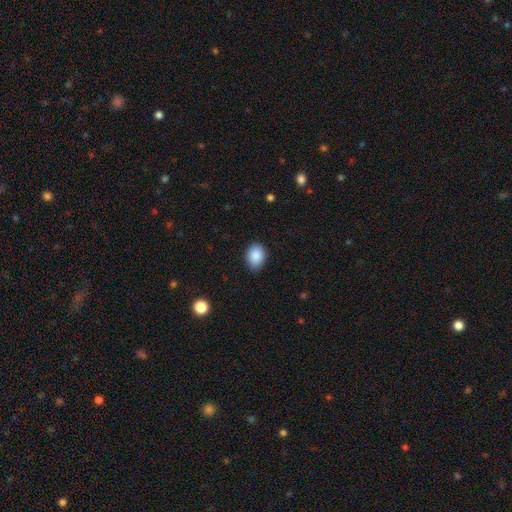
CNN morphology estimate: Q: Smooth or featured?
A: smooth (88%); runner-up: star or artifact (8%)
Q: How rounded?
A: in between (68%); runner-up: round (31%)
Q: Merging?
A: none (82%); runner-up: minor disturbance (15%)